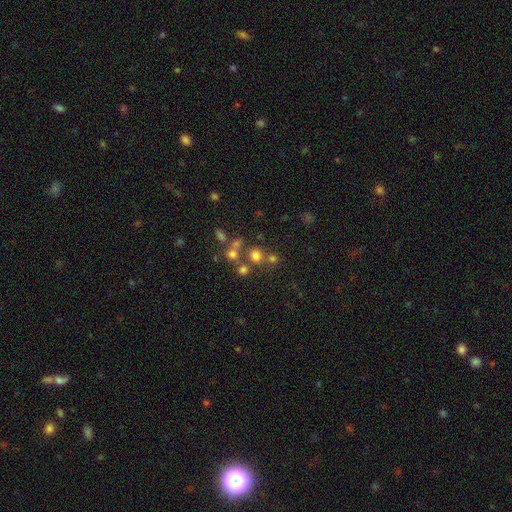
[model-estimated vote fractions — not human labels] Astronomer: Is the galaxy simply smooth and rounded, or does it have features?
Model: smooth — 66%.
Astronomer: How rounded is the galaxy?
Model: round — 88%.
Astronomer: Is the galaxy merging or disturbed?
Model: none — 64%.